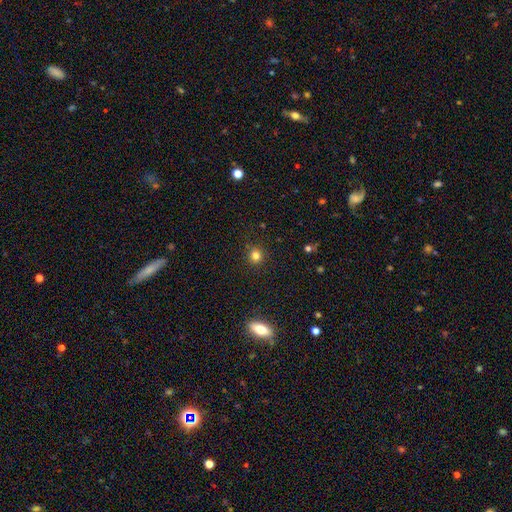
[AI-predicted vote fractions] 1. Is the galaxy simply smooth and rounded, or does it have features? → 82% smooth, 13% star or artifact, 5% featured or disk.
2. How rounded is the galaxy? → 91% round, 8% in between, 1% cigar-shaped.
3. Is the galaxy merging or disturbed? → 89% none, 7% minor disturbance, 2% major disturbance, 1% merger.